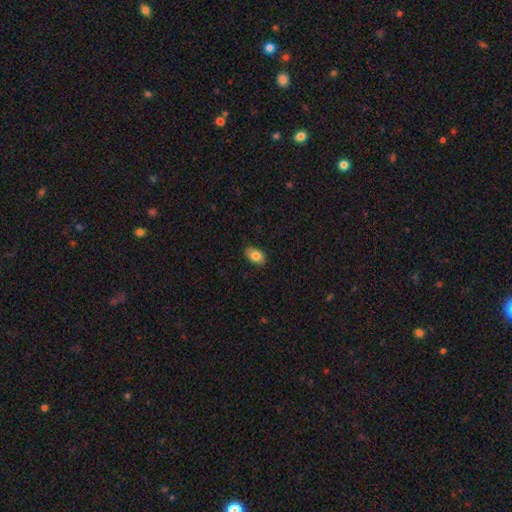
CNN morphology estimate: A smooth galaxy with no disk features (82%) that is in between round and cigar-shaped (90%).

Vote fractions:
- Smooth or featured? smooth: 82% / featured or disk: 10% / star or artifact: 8%
- How rounded? in between: 90% / round: 8% / cigar-shaped: 2%
- Merging? none: 85% / minor disturbance: 12% / major disturbance: 2% / merger: 1%